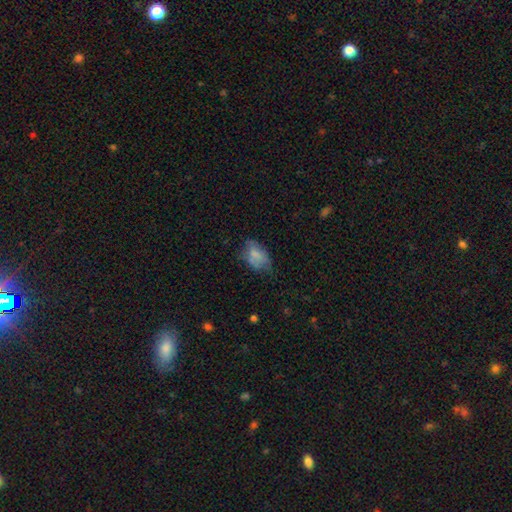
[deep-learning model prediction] The model was most divided on "merging": none: 44%, minor disturbance: 34%, major disturbance: 19%, merger: 3%. More confident: how rounded — in between (87%); smooth or featured — smooth (68%).